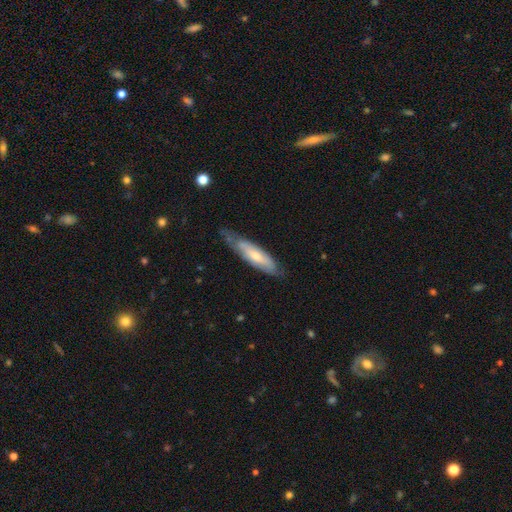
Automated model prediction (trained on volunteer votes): smooth-or-featured: featured or disk: 50% | smooth: 45% | star or artifact: 5%
  merging: none: 59% | minor disturbance: 30% | major disturbance: 9% | merger: 2%